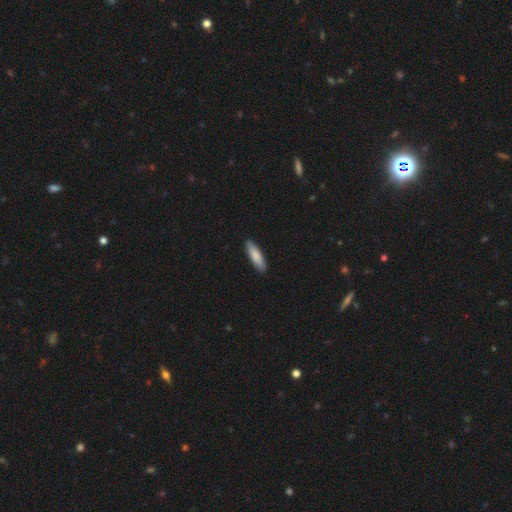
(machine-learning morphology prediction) A smooth galaxy with no disk features (84%) that is cigar-shaped (62%).

Vote fractions:
- Smooth or featured? smooth: 84% / featured or disk: 11% / star or artifact: 5%
- How rounded? cigar-shaped: 62% / in between: 36% / round: 1%
- Merging? none: 90% / minor disturbance: 8% / major disturbance: 1% / merger: 1%